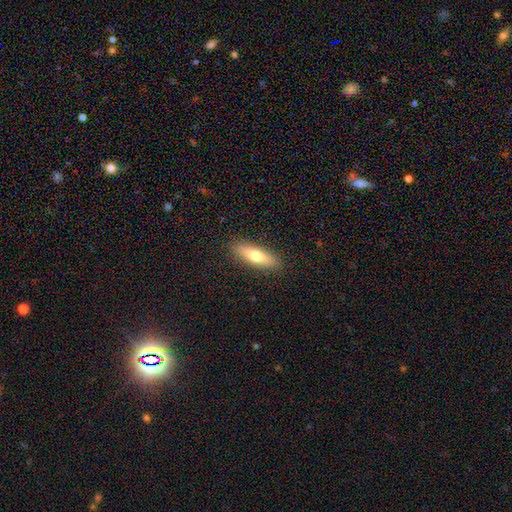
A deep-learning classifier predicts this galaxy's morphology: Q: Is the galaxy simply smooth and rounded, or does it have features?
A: smooth — 68%.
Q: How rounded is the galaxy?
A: cigar-shaped — 52%.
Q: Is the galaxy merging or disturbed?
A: none — 89%.